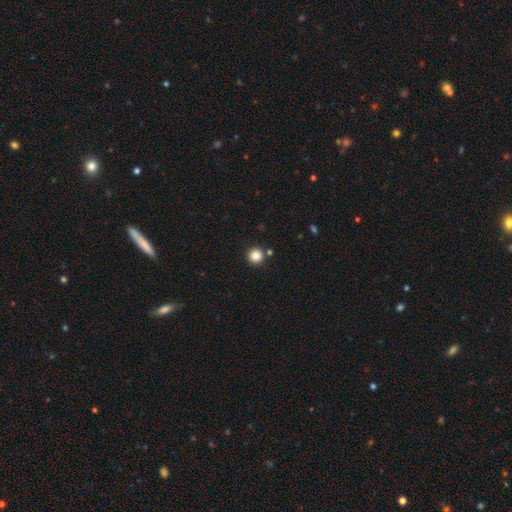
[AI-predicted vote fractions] Smooth or featured?
  - smooth: 86% *
  - star or artifact: 11%
  - featured or disk: 3%
How rounded?
  - round: 95% *
  - in between: 4%
  - cigar-shaped: 1%
Merging?
  - none: 89% *
  - minor disturbance: 5%
  - merger: 4%
  - major disturbance: 2%